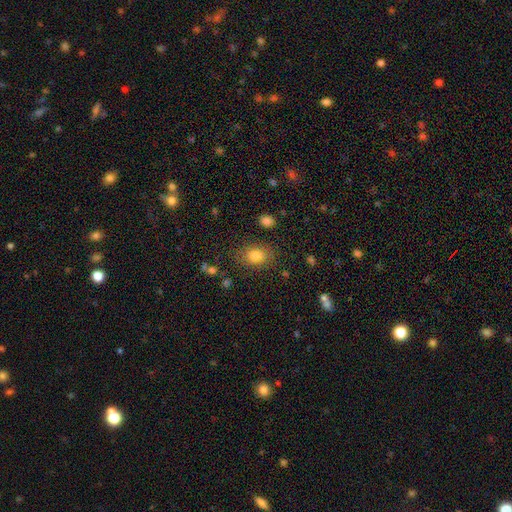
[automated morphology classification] This is clearly a smooth galaxy (82%). How rounded: likely in between (69%). Merging: clearly none (80%).